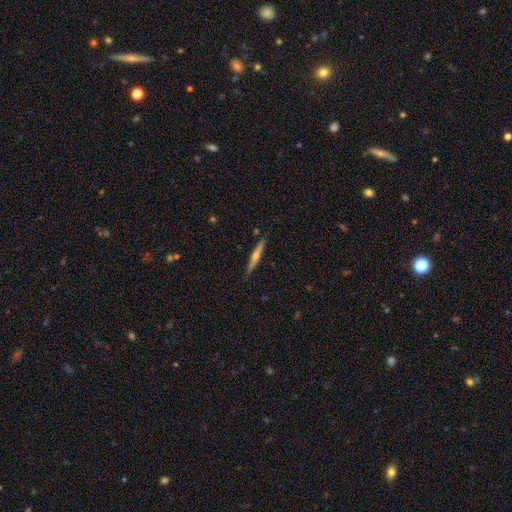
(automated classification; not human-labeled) Smooth or featured: featured or disk — 67% (smooth — 27%)
Edge-on disk: yes — 98% (no — 2%)
Edge-on bulge: rounded — 80% (none — 14%)
Merging: none — 89% (minor disturbance — 8%)